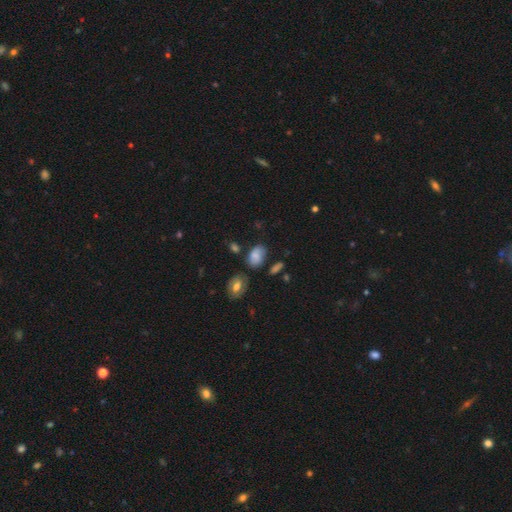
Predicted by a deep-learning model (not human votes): smooth_or_featured: smooth (p=0.77) [alt: featured or disk p=0.12]
how_rounded: in between (p=0.85) [alt: round p=0.14]
merging: none (p=0.61) [alt: minor disturbance p=0.24]